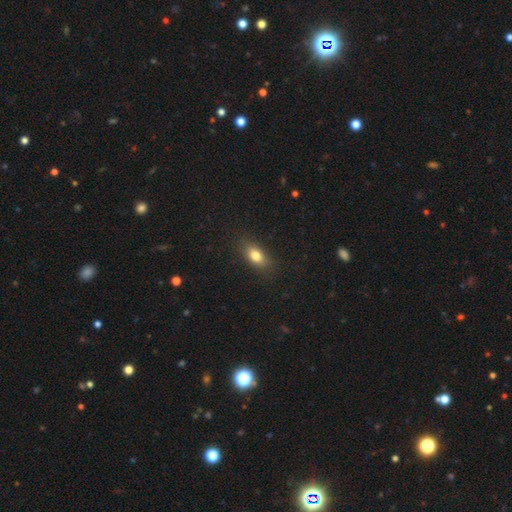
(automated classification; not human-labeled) smooth 80%, featured or disk 11%, star or artifact 9%. Down the decision tree: how rounded — in between (81%); merging — none (84%).